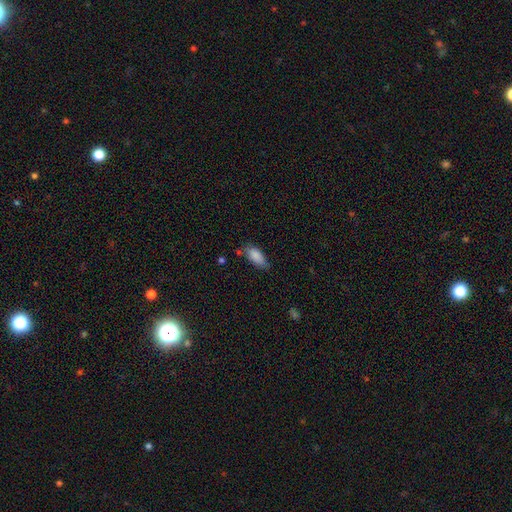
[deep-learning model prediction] A smooth galaxy with no disk features (87%) that is in between round and cigar-shaped (87%).

Vote fractions:
- Smooth or featured? smooth: 87% / star or artifact: 7% / featured or disk: 6%
- How rounded? in between: 87% / cigar-shaped: 11% / round: 2%
- Merging? none: 64% / minor disturbance: 26% / major disturbance: 5% / merger: 4%